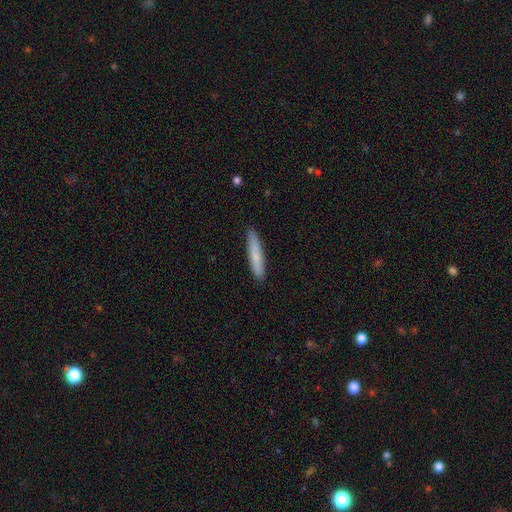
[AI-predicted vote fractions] A smooth galaxy with no disk features (74%) that is cigar-shaped (93%). Merging: none (90%).